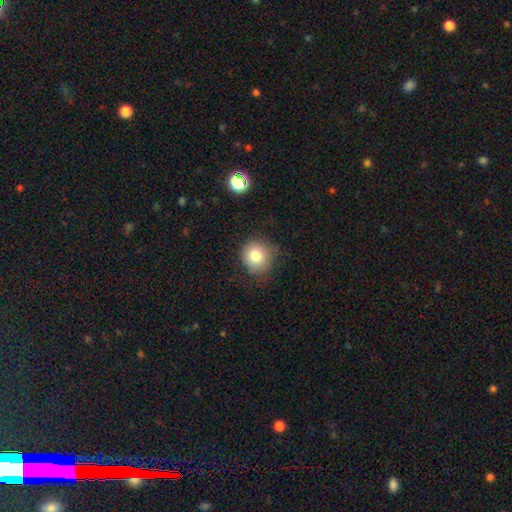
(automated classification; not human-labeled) A smooth galaxy with no disk features (80%) that is round (88%).

Vote fractions:
- Smooth or featured? smooth: 80% / star or artifact: 11% / featured or disk: 9%
- How rounded? round: 88% / in between: 11% / cigar-shaped: 1%
- Merging? none: 77% / minor disturbance: 17% / major disturbance: 5% / merger: 2%